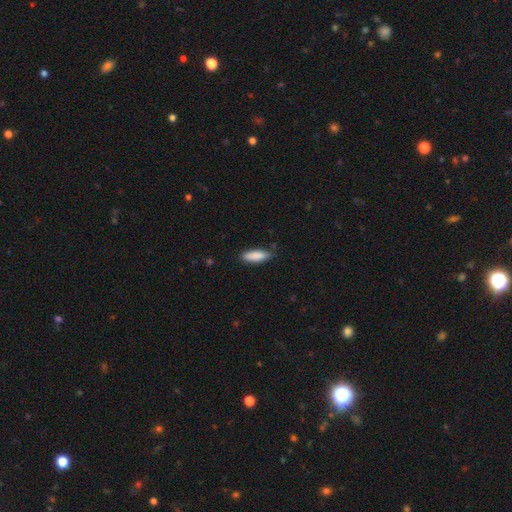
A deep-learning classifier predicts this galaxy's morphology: smooth-or-featured: smooth: 87% | featured or disk: 7% | star or artifact: 6%
  how-rounded: cigar-shaped: 52% | in between: 46% | round: 2%
  merging: none: 82% | minor disturbance: 14% | major disturbance: 2% | merger: 1%